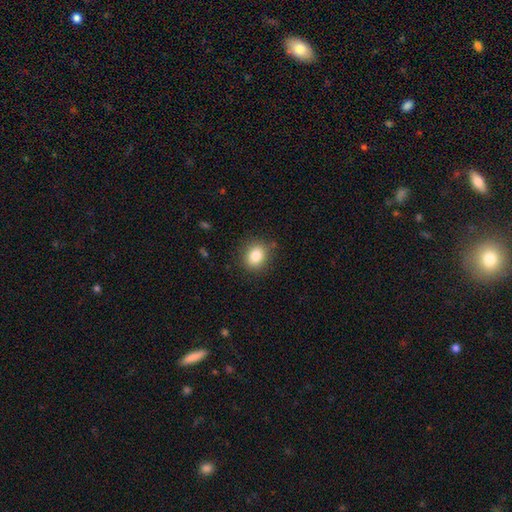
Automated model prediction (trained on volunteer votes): A smooth galaxy with no disk features (83%) that is round (59%). Merging: none (83%).